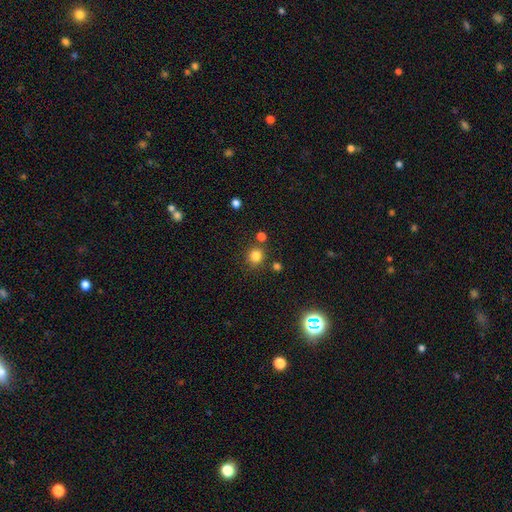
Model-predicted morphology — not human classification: Smooth or featured? smooth (81%)
How rounded? round (89%)
Merging? none (81%)